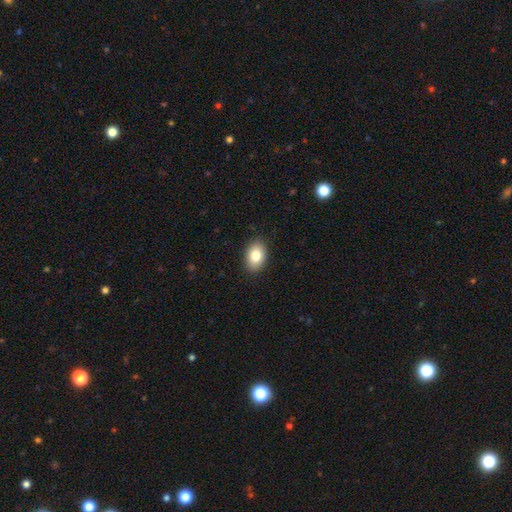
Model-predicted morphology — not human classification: Smooth or featured: smooth — 82% (featured or disk — 10%)
How rounded: in between — 85% (round — 14%)
Merging: none — 89% (minor disturbance — 8%)